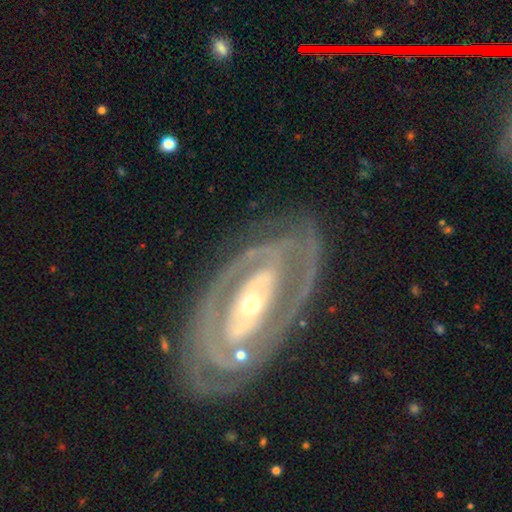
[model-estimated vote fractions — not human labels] smooth-or-featured: featured or disk: 86% | smooth: 9% | star or artifact: 5%
  disk-edge-on: no: 92% | yes: 8%
    bar: no: 44% | strong: 30% | weak: 26%
    has-spiral-arms: yes: 79% | no: 21%
      spiral-winding: tight: 71% | medium: 22% | loose: 7%
      spiral-arm-count: 2: 45% | can't tell: 32% | 3: 9% | 1: 5% | 4: 5% | more than 4: 4%
    bulge-size: small: 56% | moderate: 39% | large: 3% | dominant: 1% | none: 1%
  merging: none: 78% | minor disturbance: 13% | major disturbance: 6% | merger: 2%